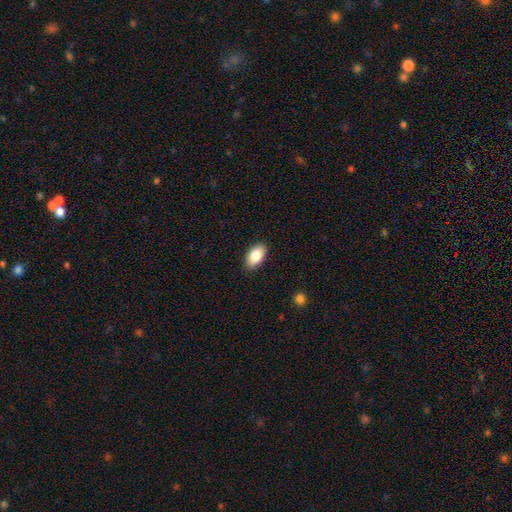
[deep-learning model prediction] Smooth or featured? smooth (85%)
How rounded? in between (94%)
Merging? none (89%)